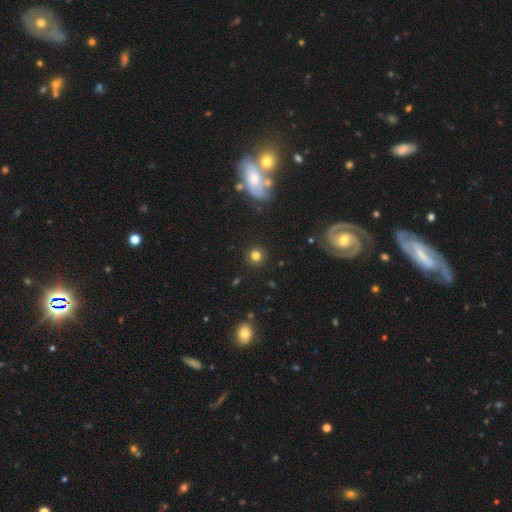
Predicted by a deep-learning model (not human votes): Smooth or featured?
  - smooth: 78% *
  - star or artifact: 14%
  - featured or disk: 7%
How rounded?
  - round: 93% *
  - in between: 6%
  - cigar-shaped: 1%
Merging?
  - none: 90% *
  - minor disturbance: 6%
  - major disturbance: 3%
  - merger: 2%